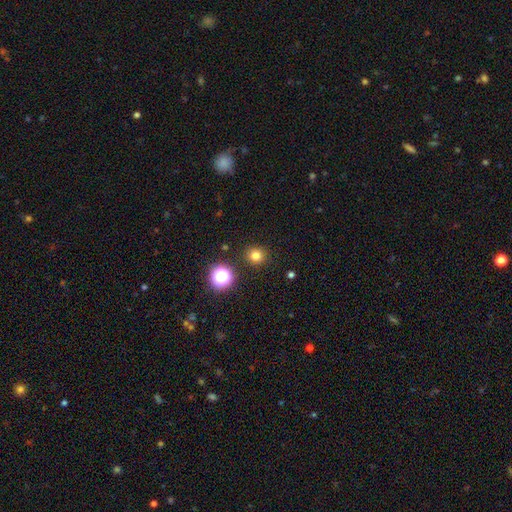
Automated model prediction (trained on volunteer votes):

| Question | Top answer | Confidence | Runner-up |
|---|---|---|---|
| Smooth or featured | smooth | 78% | star or artifact (17%) |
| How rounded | round | 91% | in between (8%) |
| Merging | none | 90% | minor disturbance (6%) |